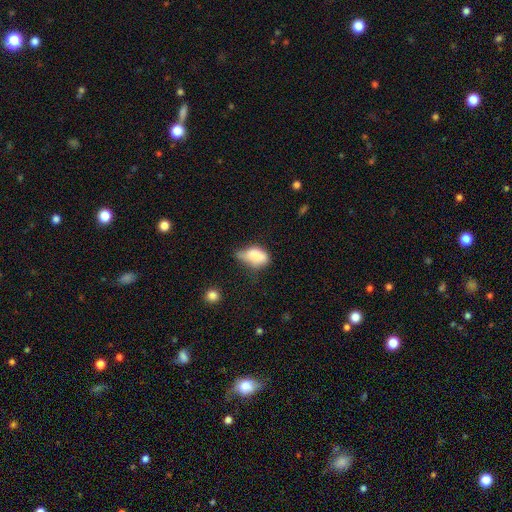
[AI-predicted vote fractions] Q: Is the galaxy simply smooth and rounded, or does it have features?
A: smooth — 78%.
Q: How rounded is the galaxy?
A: in between — 88%.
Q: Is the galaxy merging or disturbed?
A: minor disturbance — 47%.